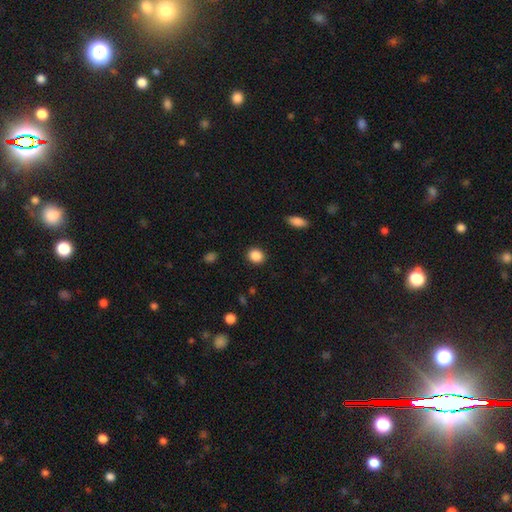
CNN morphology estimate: This is clearly a smooth galaxy (88%). How rounded: likely round (74%). Merging: clearly none (90%).